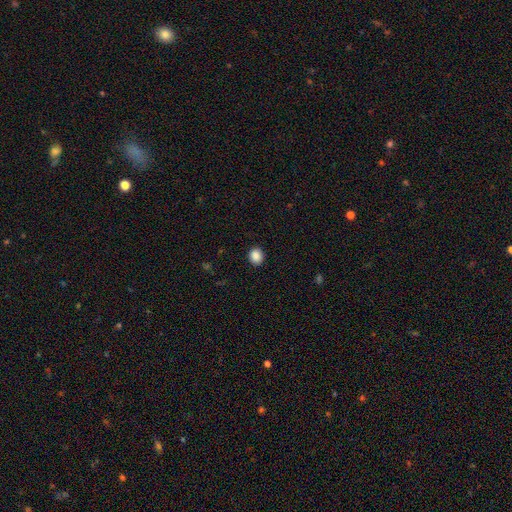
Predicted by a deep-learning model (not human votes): A smooth galaxy with no disk features (88%) that is round (68%).

Vote fractions:
- Smooth or featured? smooth: 88% / star or artifact: 9% / featured or disk: 3%
- How rounded? round: 68% / in between: 31% / cigar-shaped: 1%
- Merging? none: 91% / minor disturbance: 6% / major disturbance: 2% / merger: 1%